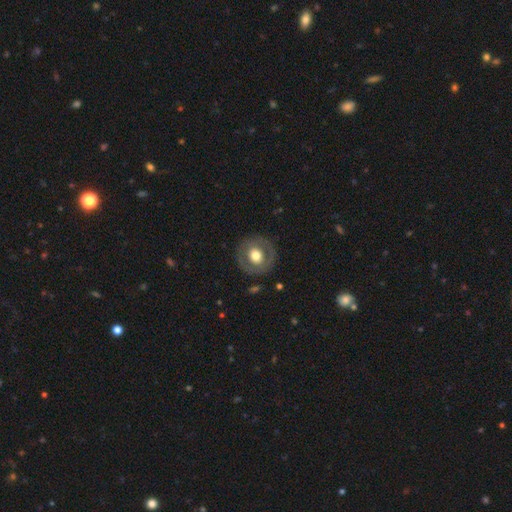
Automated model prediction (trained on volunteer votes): smooth 53%, featured or disk 41%, star or artifact 7%. Down the decision tree: how rounded — round (88%); merging — none (84%).